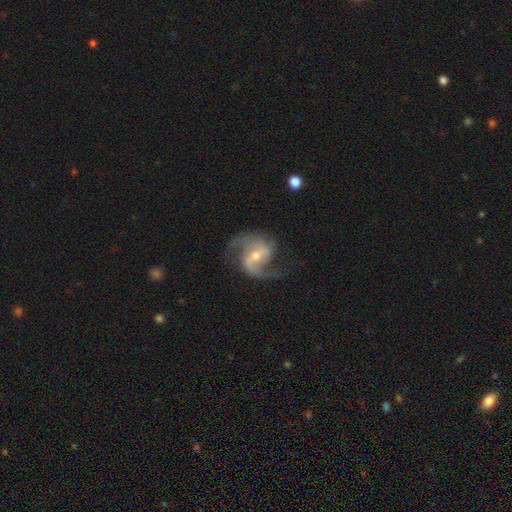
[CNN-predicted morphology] Q: Smooth or featured?
A: featured or disk (90%); runner-up: star or artifact (5%)
Q: Edge-on disk?
A: no (98%); runner-up: yes (2%)
Q: Bar?
A: weak (45%); runner-up: no (34%)
Q: Spiral arms?
A: yes (98%); runner-up: no (2%)
Q: Spiral winding?
A: medium (52%); runner-up: loose (36%)
Q: Spiral arm count?
A: 2 (89%); runner-up: 3 (3%)
Q: Bulge size?
A: moderate (50%); runner-up: small (46%)
Q: Merging?
A: none (74%); runner-up: minor disturbance (16%)